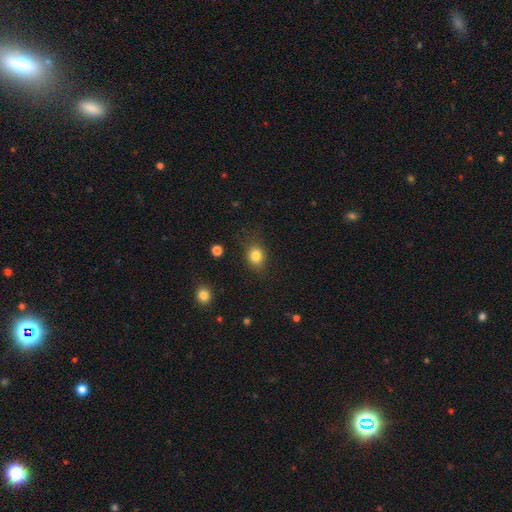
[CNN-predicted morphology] A smooth galaxy with no disk features (82%) that is round (52%). Merging: none (80%).